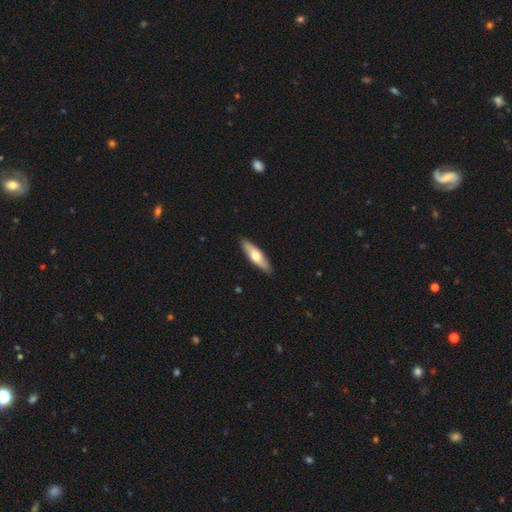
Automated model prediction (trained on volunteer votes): Q: Smooth or featured?
A: smooth (54%); runner-up: featured or disk (41%)
Q: How rounded?
A: cigar-shaped (65%); runner-up: in between (33%)
Q: Merging?
A: none (89%); runner-up: minor disturbance (8%)